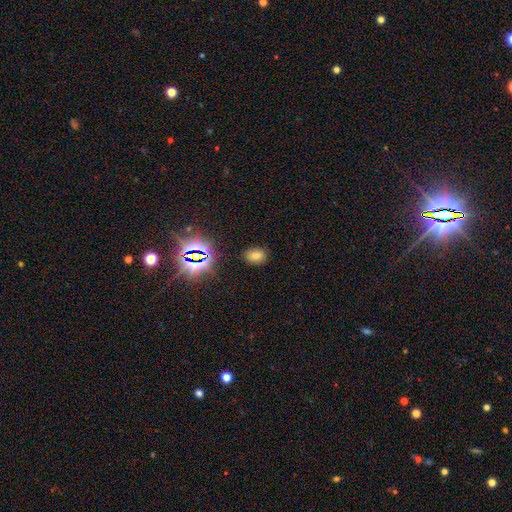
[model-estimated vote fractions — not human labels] The model was most divided on "smooth or featured": smooth: 59%, star or artifact: 32%, featured or disk: 9%. More confident: merging — none (86%); how rounded — in between (74%).